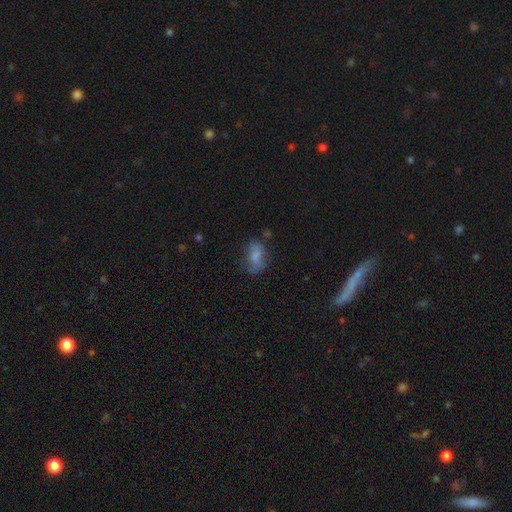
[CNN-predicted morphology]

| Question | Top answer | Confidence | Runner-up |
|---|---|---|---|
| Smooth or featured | smooth | 69% | featured or disk (21%) |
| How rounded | in between | 85% | round (12%) |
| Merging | none | 50% | minor disturbance (28%) |